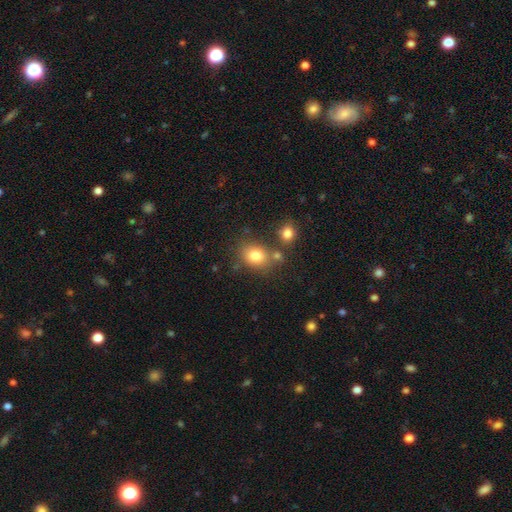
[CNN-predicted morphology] Q: Smooth or featured?
A: smooth (80%); runner-up: star or artifact (11%)
Q: How rounded?
A: in between (51%); runner-up: round (48%)
Q: Merging?
A: none (64%); runner-up: merger (18%)